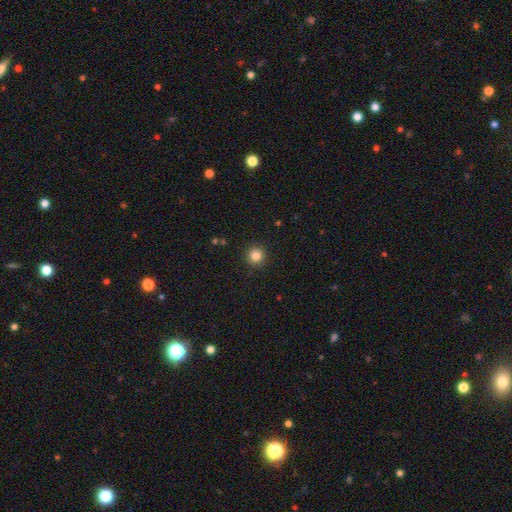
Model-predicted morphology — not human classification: smooth_or_featured: smooth (p=0.84) [alt: star or artifact p=0.12]
how_rounded: round (p=0.95) [alt: in between p=0.04]
merging: none (p=0.92) [alt: minor disturbance p=0.05]